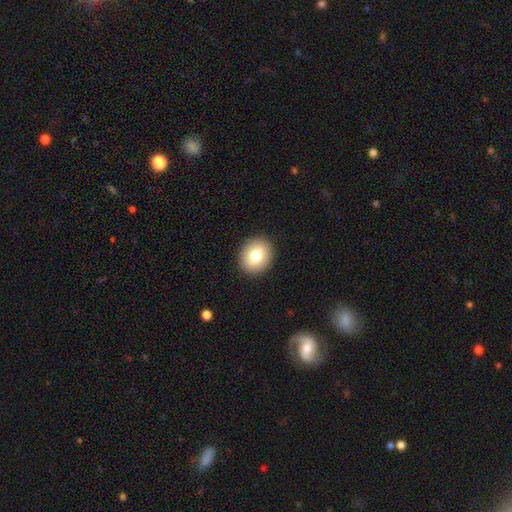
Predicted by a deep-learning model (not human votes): A smooth galaxy with no disk features (78%) that is round (66%).

Vote fractions:
- Smooth or featured? smooth: 78% / featured or disk: 14% / star or artifact: 9%
- How rounded? round: 66% / in between: 33% / cigar-shaped: 1%
- Merging? none: 91% / minor disturbance: 6% / major disturbance: 2% / merger: 1%